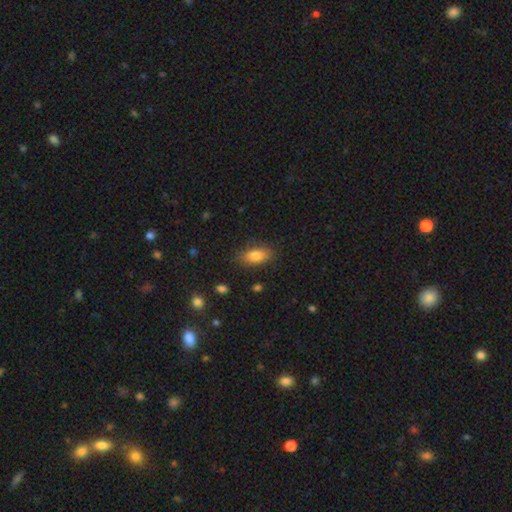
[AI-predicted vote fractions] Overall: smooth (82%). How rounded: in between (85%). Merging: none (82%).